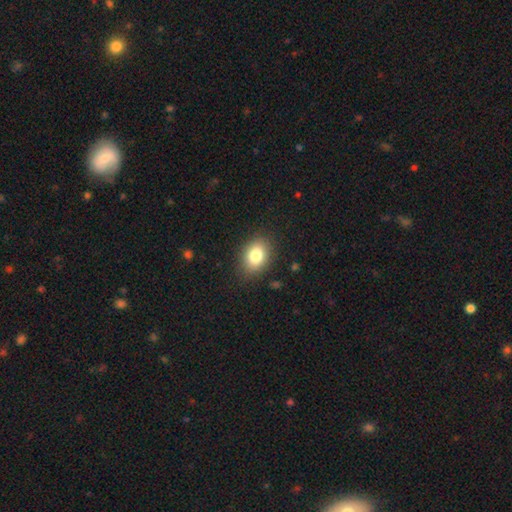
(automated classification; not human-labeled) Q: Smooth or featured?
A: smooth (81%); runner-up: star or artifact (10%)
Q: How rounded?
A: in between (72%); runner-up: round (27%)
Q: Merging?
A: none (86%); runner-up: minor disturbance (10%)